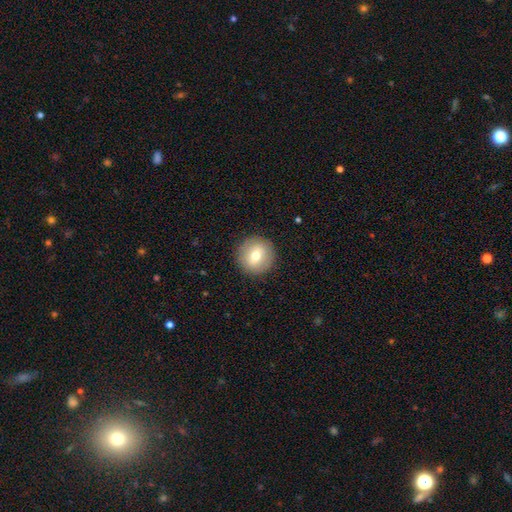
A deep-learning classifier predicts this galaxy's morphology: A smooth galaxy with no disk features (67%) that is round (92%).

Vote fractions:
- Smooth or featured? smooth: 67% / featured or disk: 24% / star or artifact: 8%
- How rounded? round: 92% / in between: 7% / cigar-shaped: 1%
- Merging? none: 90% / minor disturbance: 7% / major disturbance: 2% / merger: 1%